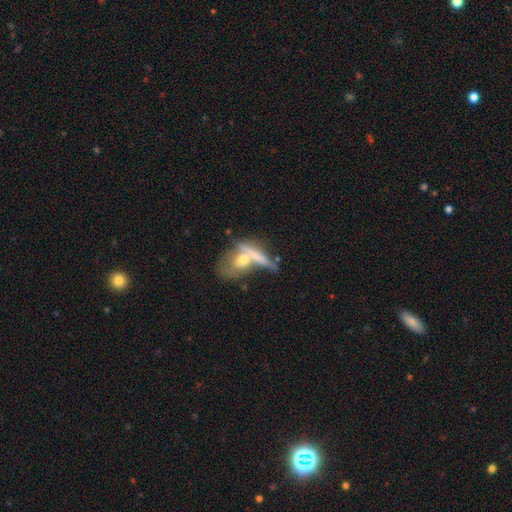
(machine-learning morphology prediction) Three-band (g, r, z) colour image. It shows a smooth galaxy with no disk features (55%) that is cigar-shaped (47%). Merging: merger (50%).